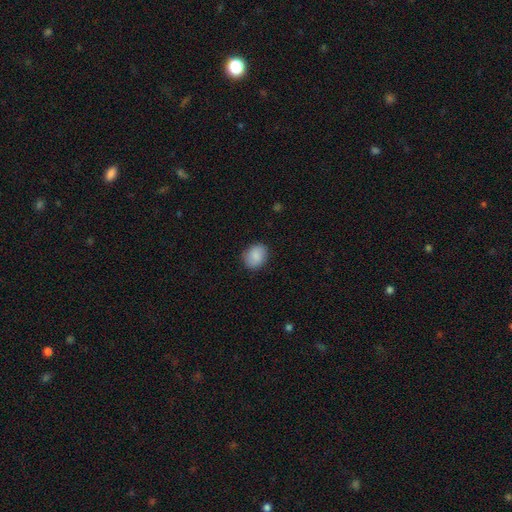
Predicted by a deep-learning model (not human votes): smooth_or_featured: smooth (p=0.87) [alt: star or artifact p=0.07]
how_rounded: round (p=0.52) [alt: in between p=0.47]
merging: none (p=0.85) [alt: minor disturbance p=0.11]